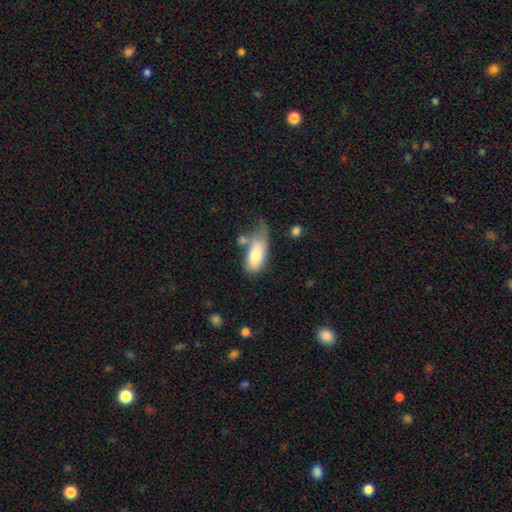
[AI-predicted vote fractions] A smooth galaxy with no disk features (75%) that is in between round and cigar-shaped (86%).

Vote fractions:
- Smooth or featured? smooth: 75% / featured or disk: 18% / star or artifact: 7%
- How rounded? in between: 86% / cigar-shaped: 11% / round: 3%
- Merging? minor disturbance: 29% / major disturbance: 27% / none: 26% / merger: 17%